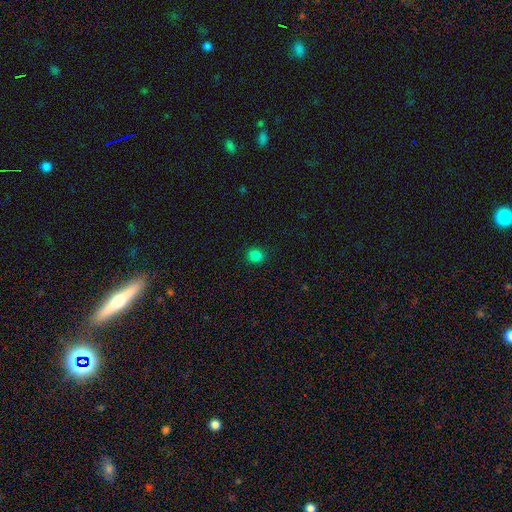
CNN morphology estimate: Smooth or featured? smooth (84%)
How rounded? round (82%)
Merging? none (91%)